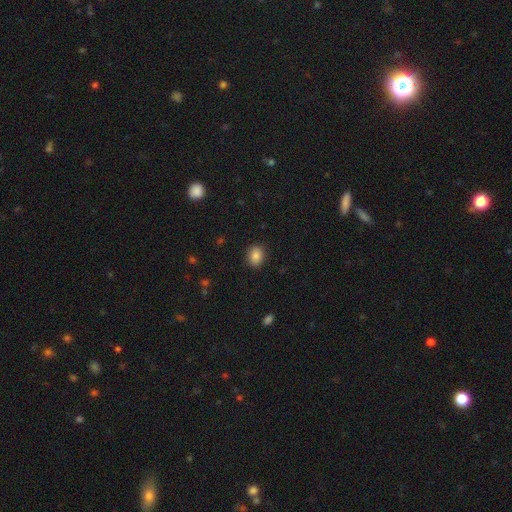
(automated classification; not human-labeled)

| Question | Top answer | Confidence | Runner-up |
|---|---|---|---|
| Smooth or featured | smooth | 86% | star or artifact (9%) |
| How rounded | round | 52% | in between (47%) |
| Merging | none | 88% | minor disturbance (8%) |